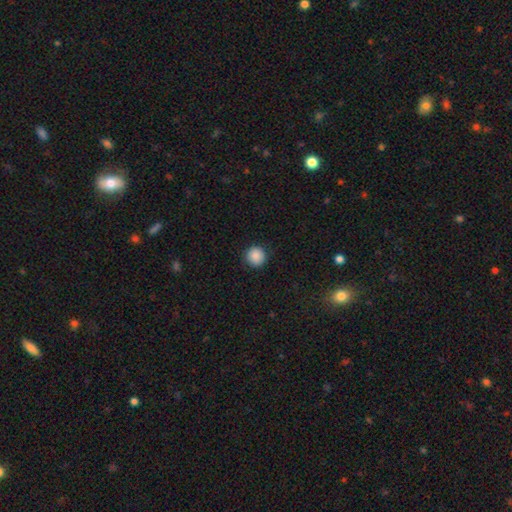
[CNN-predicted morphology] This is clearly a smooth galaxy (88%). How rounded: clearly round (95%). Merging: clearly none (90%).